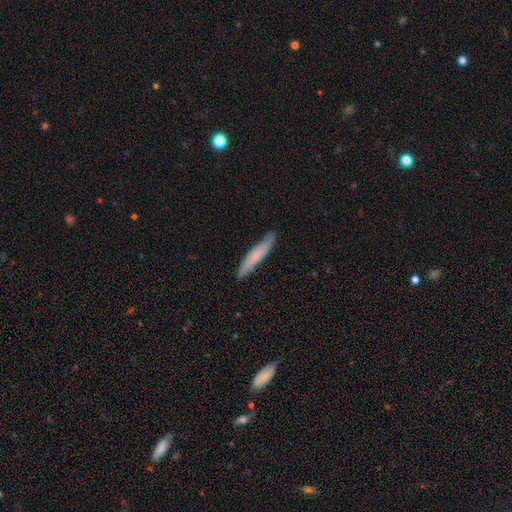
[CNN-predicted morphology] This is likely a smooth galaxy (65%). How rounded: clearly cigar-shaped (91%). Merging: clearly none (86%).